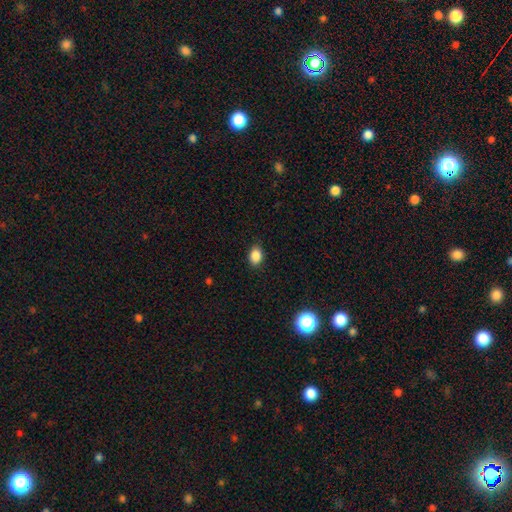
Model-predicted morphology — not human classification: Smooth or featured?
  - smooth: 87% *
  - star or artifact: 9%
  - featured or disk: 3%
How rounded?
  - in between: 73% *
  - round: 25%
  - cigar-shaped: 1%
Merging?
  - none: 87% *
  - minor disturbance: 10%
  - major disturbance: 2%
  - merger: 1%